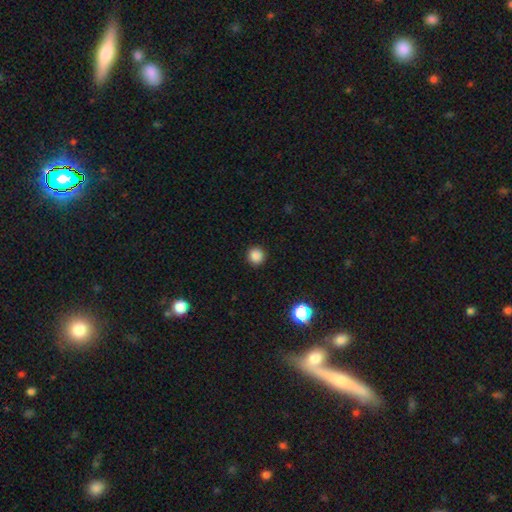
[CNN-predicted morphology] Smooth or featured? Predicted: smooth (p=0.86). How rounded? Predicted: round (p=0.95). Merging? Predicted: none (p=0.93).